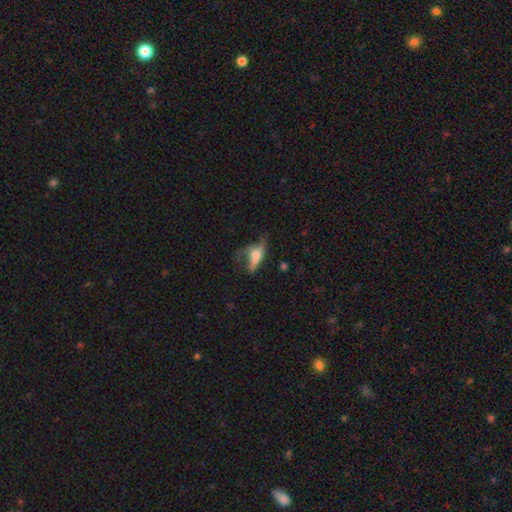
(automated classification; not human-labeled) smooth-or-featured: smooth: 53% | featured or disk: 37% | star or artifact: 10%
  how-rounded: in between: 62% | cigar-shaped: 32% | round: 6%
  merging: major disturbance: 42% | none: 30% | minor disturbance: 24% | merger: 4%